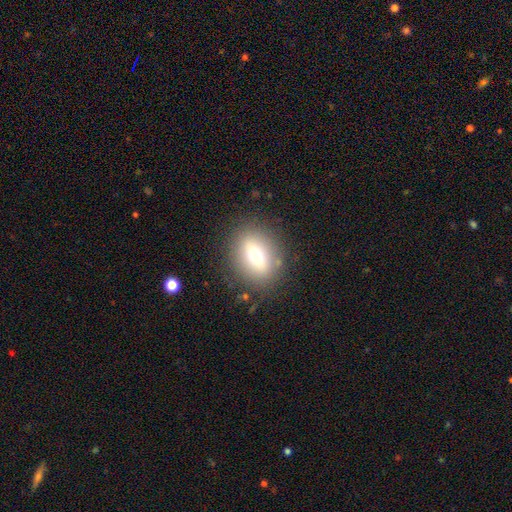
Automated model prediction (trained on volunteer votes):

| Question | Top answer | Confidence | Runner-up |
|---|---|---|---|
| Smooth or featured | smooth | 65% | featured or disk (24%) |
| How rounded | in between | 61% | round (35%) |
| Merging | none | 83% | minor disturbance (10%) |